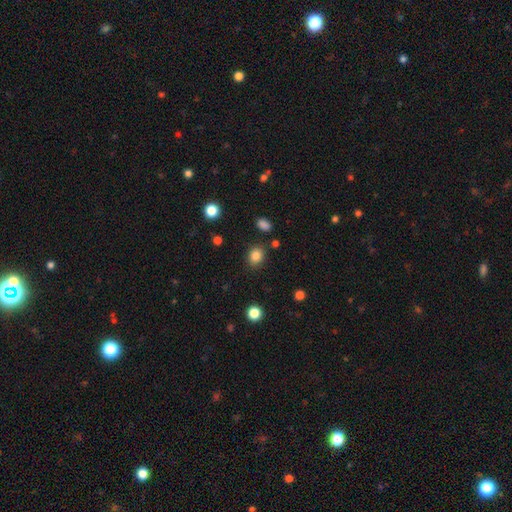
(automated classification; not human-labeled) Smooth or featured? Predicted: smooth (p=0.84). How rounded? Predicted: round (p=0.58). Merging? Predicted: none (p=0.85).